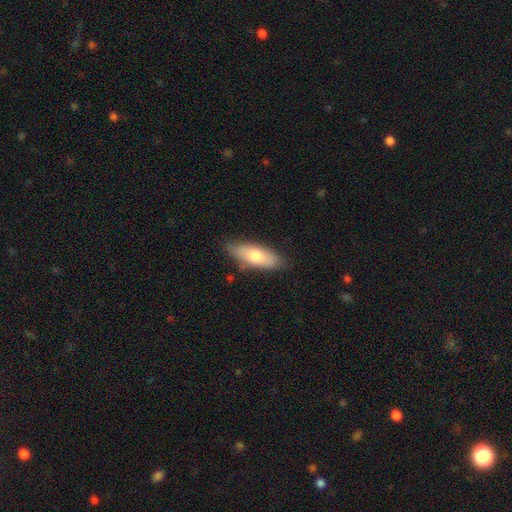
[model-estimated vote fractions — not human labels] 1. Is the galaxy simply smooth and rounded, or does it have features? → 68% smooth, 26% featured or disk, 6% star or artifact.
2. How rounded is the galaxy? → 70% in between, 28% cigar-shaped, 2% round.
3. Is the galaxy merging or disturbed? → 77% none, 18% minor disturbance, 3% major disturbance, 2% merger.